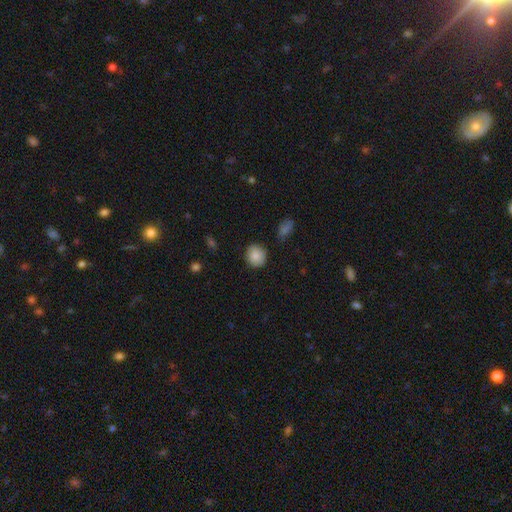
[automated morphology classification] Smooth or featured?
  - smooth: 87% *
  - star or artifact: 8%
  - featured or disk: 6%
How rounded?
  - round: 82% *
  - in between: 17%
  - cigar-shaped: 1%
Merging?
  - none: 83% *
  - minor disturbance: 13%
  - major disturbance: 3%
  - merger: 2%